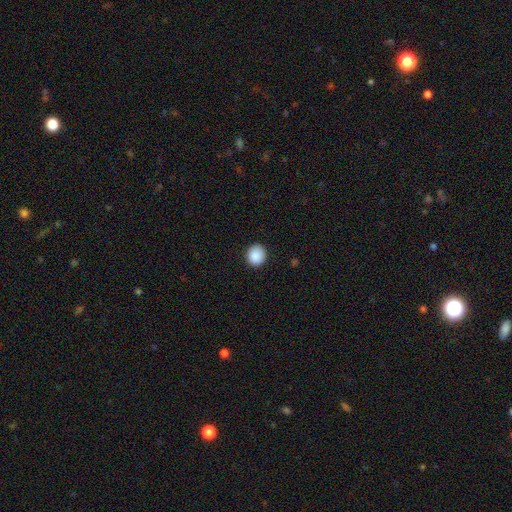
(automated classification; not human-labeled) smooth 89%, star or artifact 8%, featured or disk 3%. Down the decision tree: how rounded — round (87%); merging — none (90%).